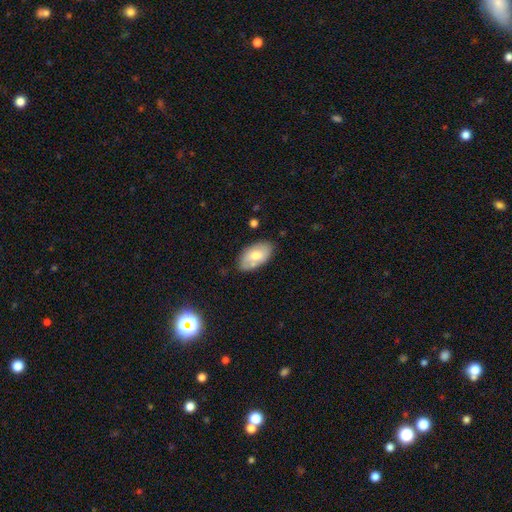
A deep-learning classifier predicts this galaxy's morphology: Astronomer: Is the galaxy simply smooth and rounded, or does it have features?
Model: smooth — 64%.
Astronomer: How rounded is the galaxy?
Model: in between — 94%.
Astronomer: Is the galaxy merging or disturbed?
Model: none — 72%.